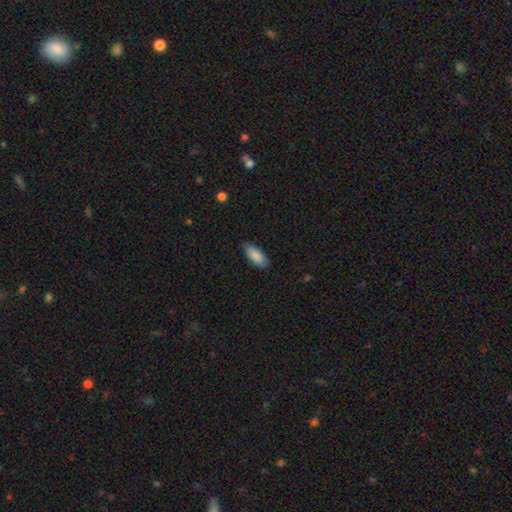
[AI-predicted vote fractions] This is clearly a smooth galaxy (87%). How rounded: clearly in between (82%). Merging: likely none (80%).